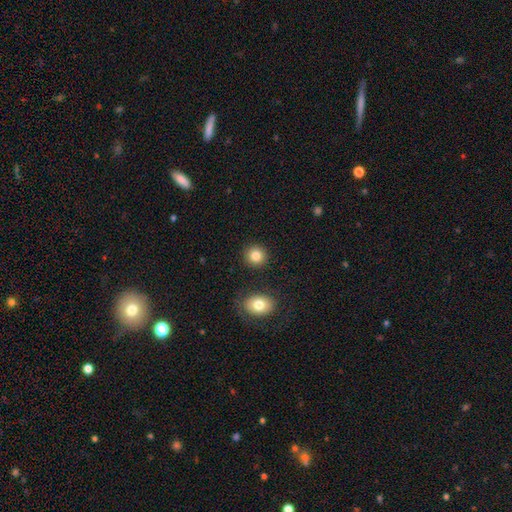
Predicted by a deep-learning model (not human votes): A smooth galaxy with no disk features (84%) that is round (88%). Merging: none (88%).